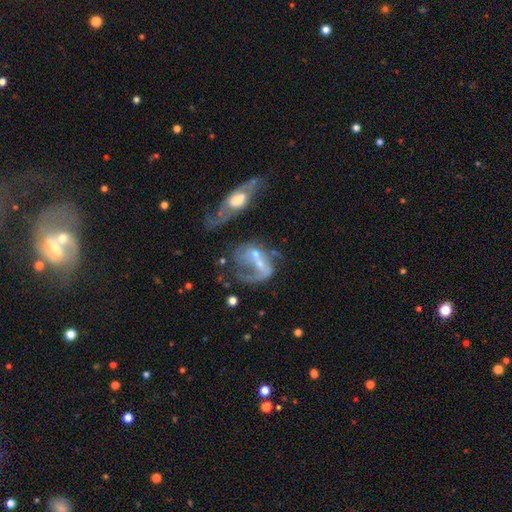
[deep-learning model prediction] A featured or disk galaxy (71%) with no bar (53%), spiral arms (60%) and a small central bulge (51%).

Vote fractions:
- Smooth or featured? featured or disk: 71% / smooth: 19% / star or artifact: 10%
- Edge-on disk? no: 94% / yes: 6%
- Bar? no: 53% / weak: 32% / strong: 15%
- Spiral arms? yes: 60% / no: 40%
- Bulge size? small: 51% / moderate: 30% / none: 15% / large: 3% / dominant: 2%
- Merging? merger: 39% / major disturbance: 26% / none: 22% / minor disturbance: 13%